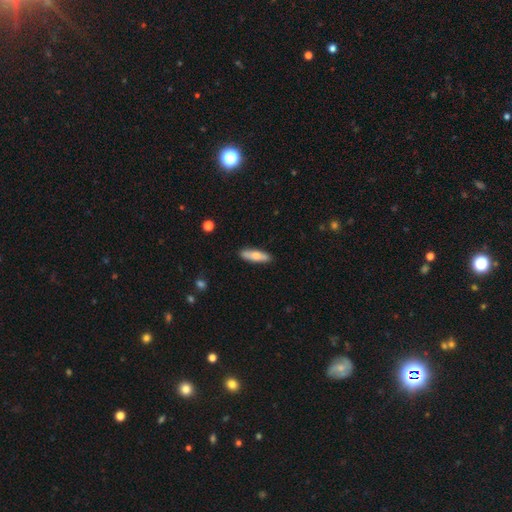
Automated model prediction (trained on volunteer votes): Smooth or featured: smooth — 67% (featured or disk — 27%)
How rounded: cigar-shaped — 63% (in between — 35%)
Merging: none — 88% (minor disturbance — 9%)